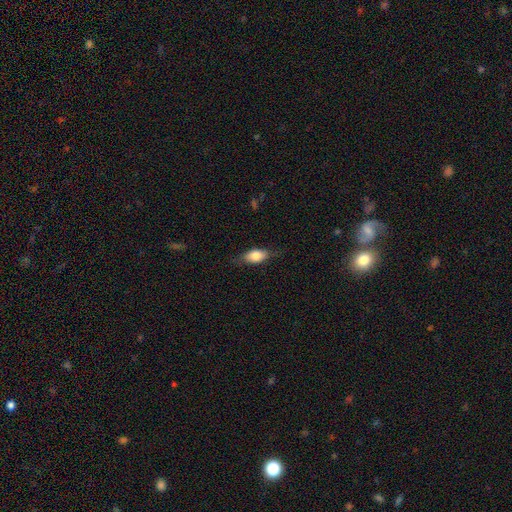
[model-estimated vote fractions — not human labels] Smooth or featured? Predicted: smooth (p=0.76). How rounded? Predicted: in between (p=0.83). Merging? Predicted: none (p=0.74).